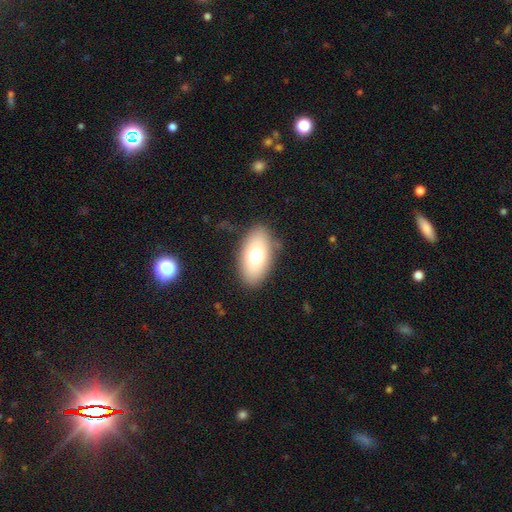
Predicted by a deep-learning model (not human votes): Smooth or featured? Predicted: smooth (p=0.71). How rounded? Predicted: in between (p=0.91). Merging? Predicted: none (p=0.82).